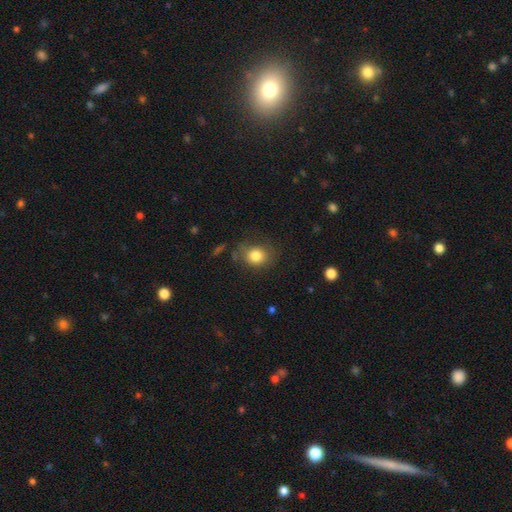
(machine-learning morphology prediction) A smooth galaxy with no disk features (81%) that is round (68%). Merging: none (71%).